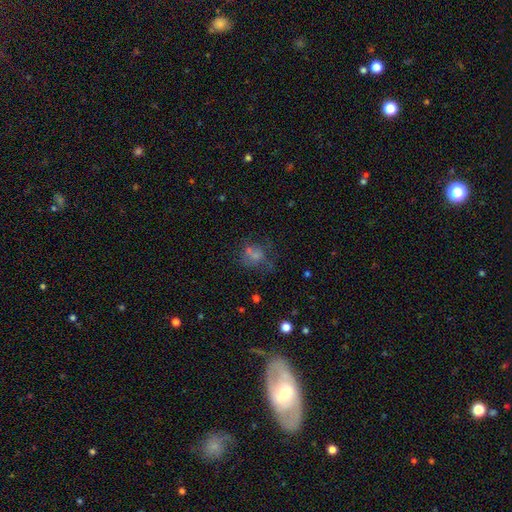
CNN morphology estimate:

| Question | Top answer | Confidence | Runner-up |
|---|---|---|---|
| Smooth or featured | smooth | 45% | star or artifact (28%) |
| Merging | none | 49% | major disturbance (24%) |